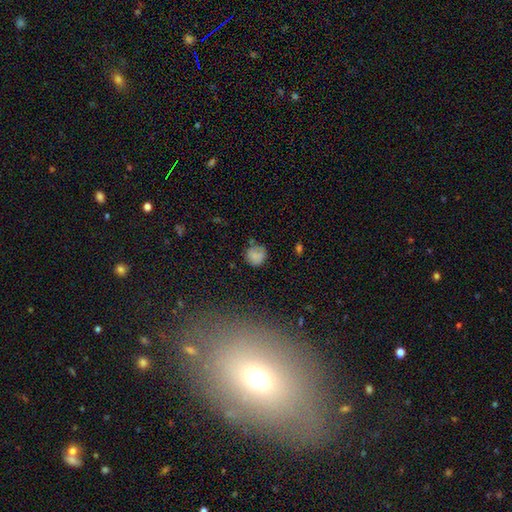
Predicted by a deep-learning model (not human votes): smooth_or_featured: smooth (p=0.79) [alt: featured or disk p=0.11]
how_rounded: round (p=0.87) [alt: in between p=0.12]
merging: none (p=0.67) [alt: minor disturbance p=0.23]